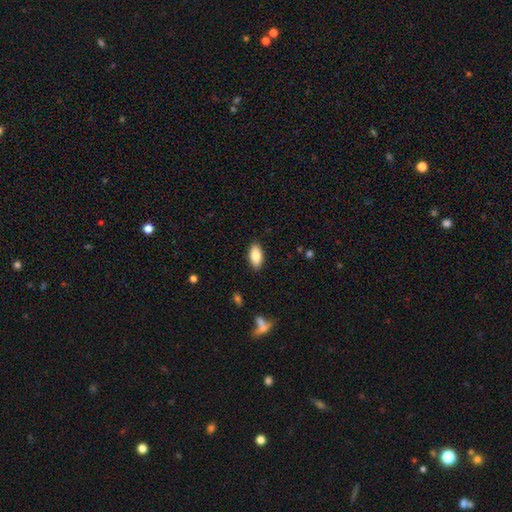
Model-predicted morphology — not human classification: Smooth or featured: smooth — 81% (featured or disk — 12%)
How rounded: in between — 91% (cigar-shaped — 6%)
Merging: none — 88% (minor disturbance — 9%)